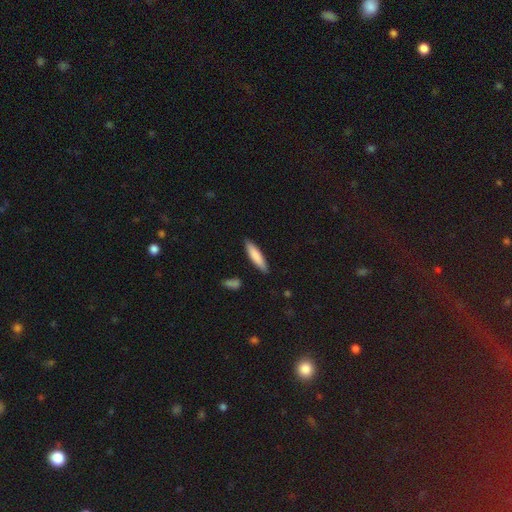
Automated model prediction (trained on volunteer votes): Smooth or featured?
  - smooth: 81% *
  - featured or disk: 13%
  - star or artifact: 5%
How rounded?
  - cigar-shaped: 77% *
  - in between: 22%
  - round: 1%
Merging?
  - none: 87% *
  - minor disturbance: 9%
  - merger: 2%
  - major disturbance: 2%